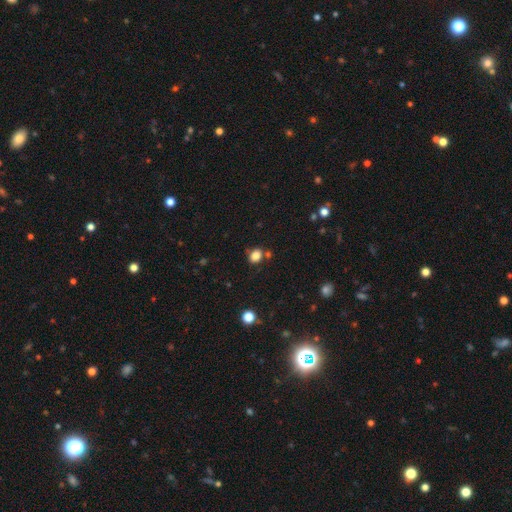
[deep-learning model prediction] This is clearly a smooth galaxy (82%). How rounded: possibly round (53%). Merging: likely none (71%).